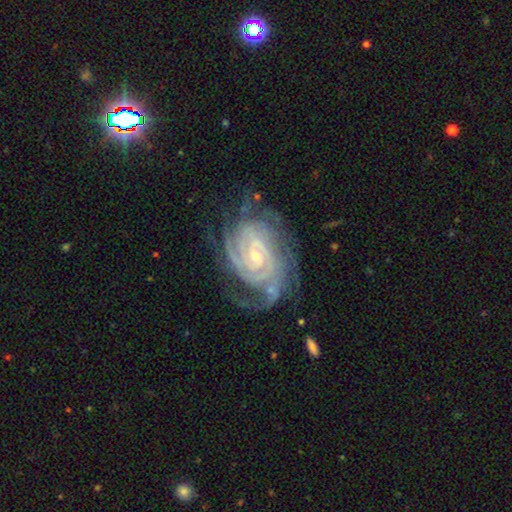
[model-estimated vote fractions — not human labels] Smooth or featured?
  - featured or disk: 91% *
  - star or artifact: 5%
  - smooth: 4%
Edge-on disk?
  - no: 97% *
  - yes: 3%
Bar?
  - no: 52% *
  - weak: 35%
  - strong: 13%
Spiral arms?
  - yes: 98% *
  - no: 2%
Spiral winding?
  - tight: 79% *
  - medium: 19%
  - loose: 3%
Spiral arm count?
  - 4: 25% *
  - 3: 22%
  - 2: 19%
  - can't tell: 19%
  - more than 4: 9%
  - 1: 7%
Bulge size?
  - small: 74% *
  - moderate: 22%
  - none: 2%
  - large: 1%
  - dominant: 1%
Merging?
  - none: 67% *
  - minor disturbance: 20%
  - major disturbance: 11%
  - merger: 2%